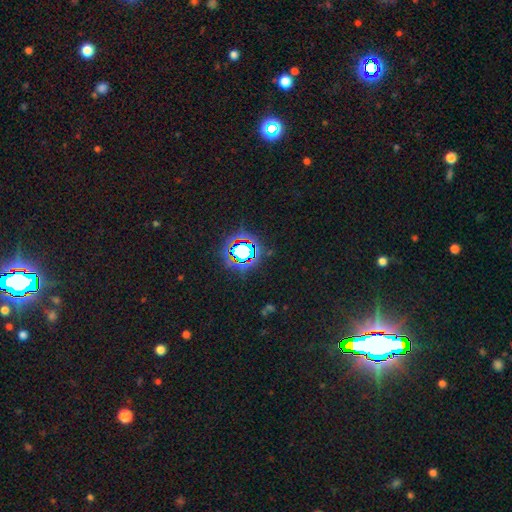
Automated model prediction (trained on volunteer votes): smooth-or-featured: star or artifact: 83% | smooth: 10% | featured or disk: 7%